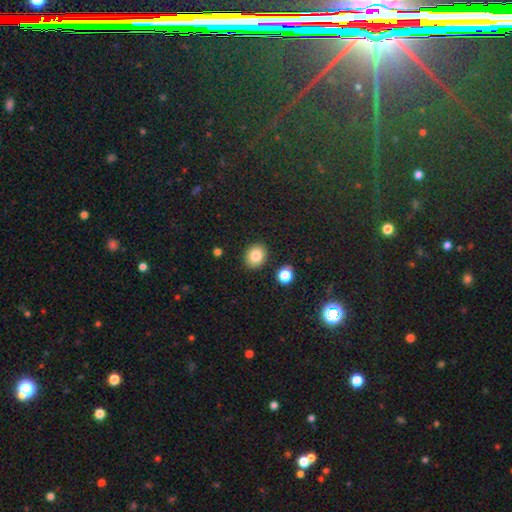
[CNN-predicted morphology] This is clearly a smooth galaxy (83%). How rounded: possibly round (58%). Merging: clearly none (88%).